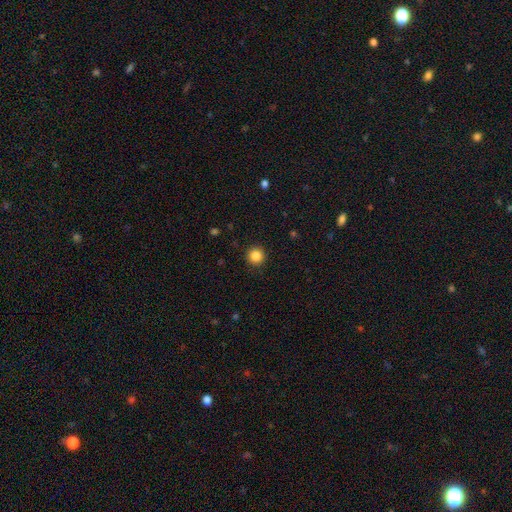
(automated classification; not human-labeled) The model was most divided on "smooth or featured": smooth: 86%, star or artifact: 11%, featured or disk: 3%. More confident: how rounded — round (96%); merging — none (92%).